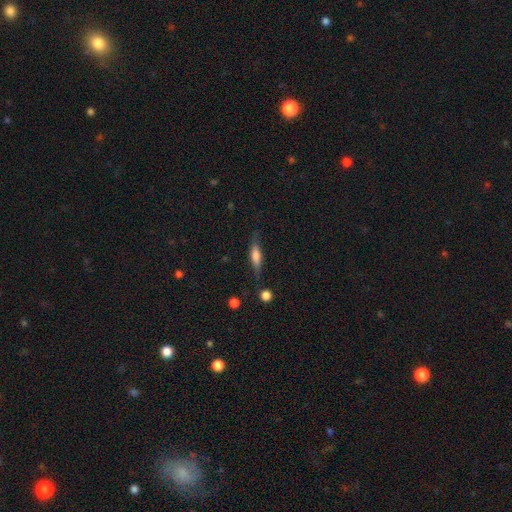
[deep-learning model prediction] Overall: smooth (50%; featured or disk 42%). How rounded: cigar-shaped (65%; in between 32%). Merging: none (72%).